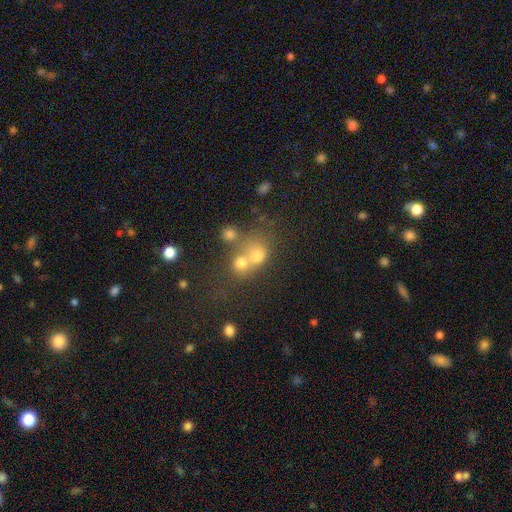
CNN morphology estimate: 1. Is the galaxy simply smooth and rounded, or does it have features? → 63% smooth, 19% star or artifact, 17% featured or disk.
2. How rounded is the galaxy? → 75% round, 24% in between, 1% cigar-shaped.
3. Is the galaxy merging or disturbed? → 56% merger, 33% none, 7% minor disturbance, 5% major disturbance.